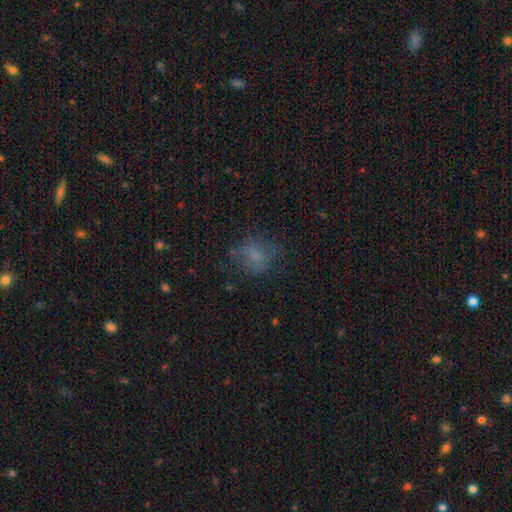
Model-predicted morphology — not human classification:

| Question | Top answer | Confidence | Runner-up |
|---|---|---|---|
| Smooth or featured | smooth | 63% | featured or disk (21%) |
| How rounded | round | 58% | in between (41%) |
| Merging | none | 55% | minor disturbance (23%) |